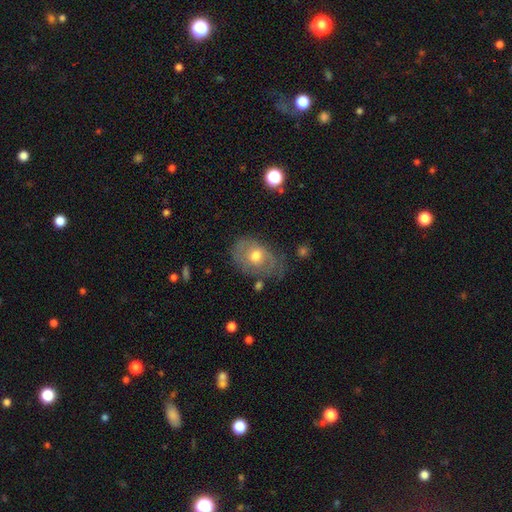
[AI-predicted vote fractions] Smooth or featured: featured or disk — 51% (smooth — 39%)
Edge-on disk: no — 93% (yes — 7%)
Merging: none — 62% (minor disturbance — 25%)